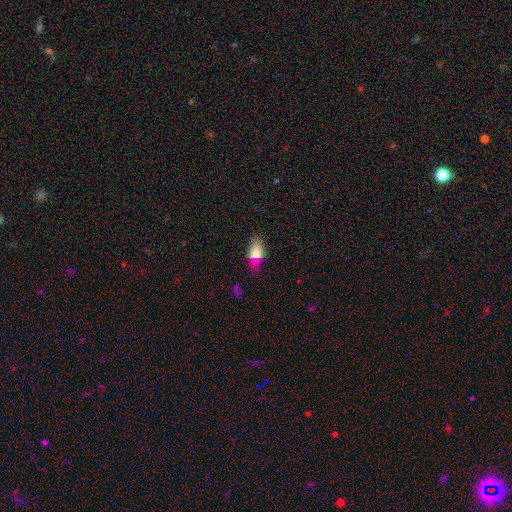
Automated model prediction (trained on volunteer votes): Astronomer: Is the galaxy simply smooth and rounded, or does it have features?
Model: smooth — 75%.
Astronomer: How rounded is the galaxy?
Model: in between — 80%.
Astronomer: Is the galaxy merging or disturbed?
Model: none — 79%.